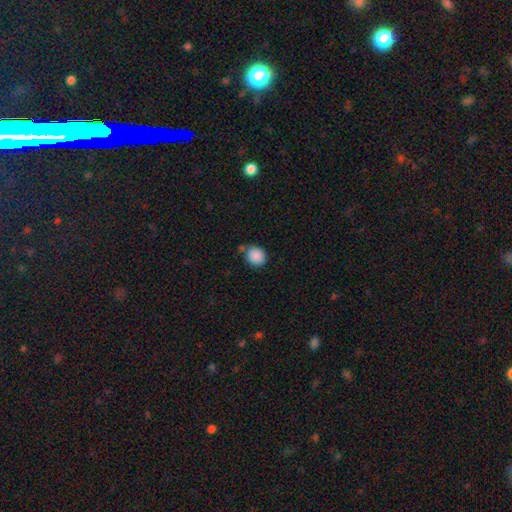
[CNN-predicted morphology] A smooth galaxy with no disk features (88%) that is round (77%).

Vote fractions:
- Smooth or featured? smooth: 88% / star or artifact: 8% / featured or disk: 3%
- How rounded? round: 77% / in between: 22% / cigar-shaped: 1%
- Merging? none: 71% / minor disturbance: 16% / merger: 8% / major disturbance: 4%